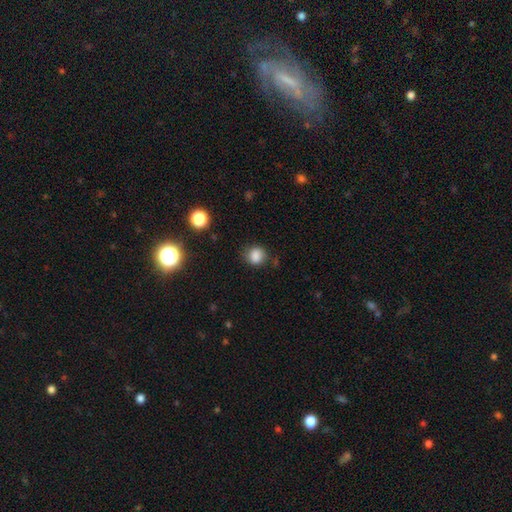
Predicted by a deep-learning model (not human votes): This is clearly a smooth galaxy (83%). How rounded: likely round (75%). Merging: likely none (73%).